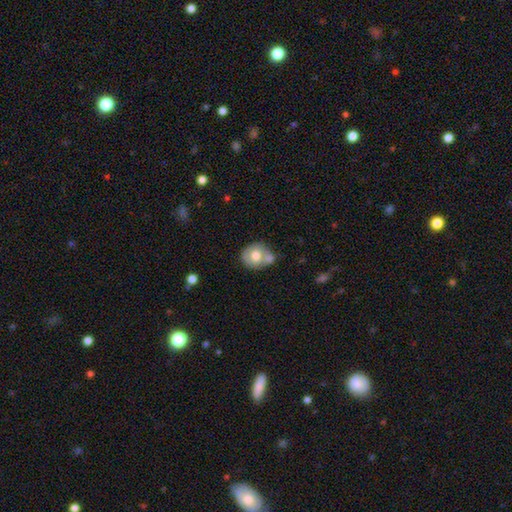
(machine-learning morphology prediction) A smooth galaxy with no disk features (68%) that is round (69%).

Vote fractions:
- Smooth or featured? smooth: 68% / featured or disk: 25% / star or artifact: 7%
- How rounded? round: 69% / in between: 30% / cigar-shaped: 1%
- Merging? none: 41% / merger: 39% / minor disturbance: 15% / major disturbance: 5%